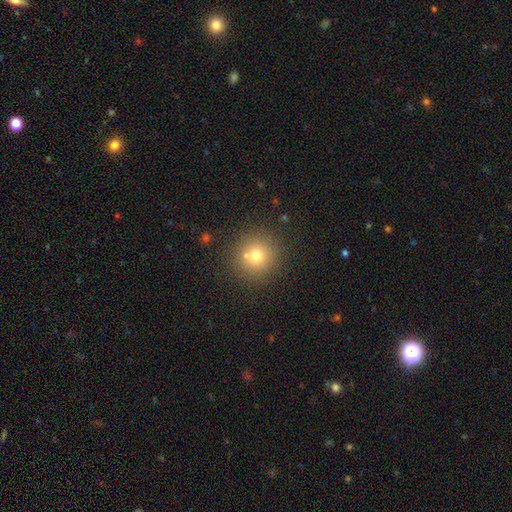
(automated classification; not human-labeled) Morphology: type=smooth (73%); roundness=round (93%); merging=none (75%).